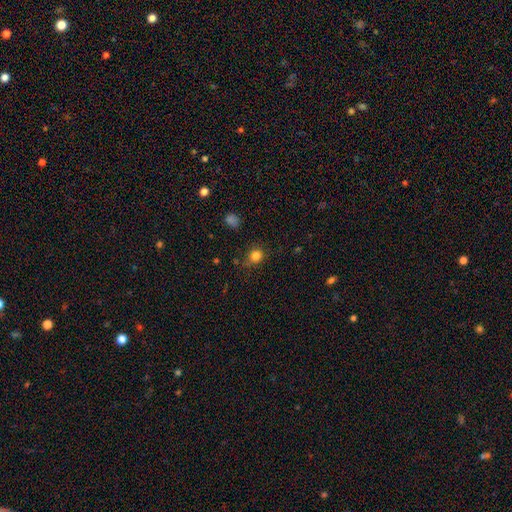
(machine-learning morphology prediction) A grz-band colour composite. It shows a smooth galaxy with no disk features (82%) that is round (77%). Merging: none (75%).